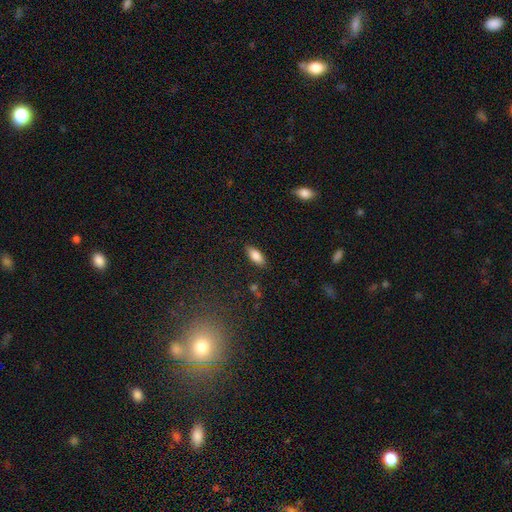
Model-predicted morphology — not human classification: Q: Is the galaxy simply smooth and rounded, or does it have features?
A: smooth — 82%.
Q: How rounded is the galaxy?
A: in between — 79%.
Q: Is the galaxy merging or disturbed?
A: none — 86%.